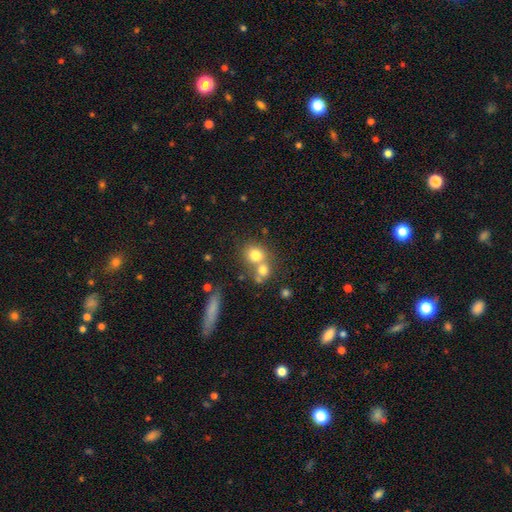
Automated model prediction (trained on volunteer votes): Smooth or featured: smooth — 76% (featured or disk — 13%)
How rounded: round — 78% (in between — 21%)
Merging: merger — 47% (none — 42%)